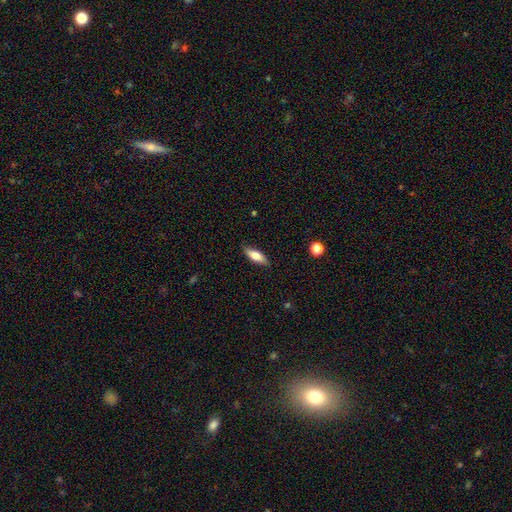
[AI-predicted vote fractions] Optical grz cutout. It shows a smooth galaxy with no disk features (66%) that is in between round and cigar-shaped (58%). Merging: none (84%).